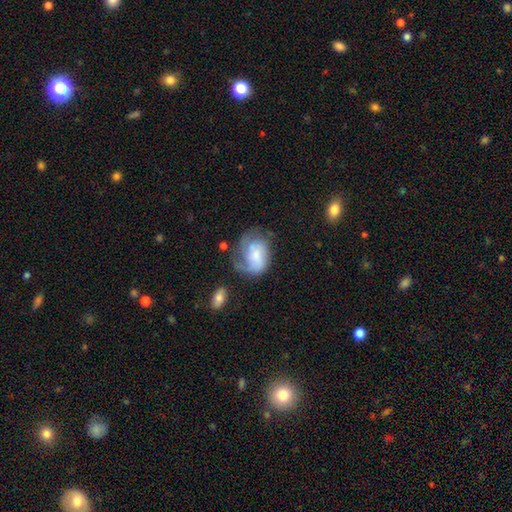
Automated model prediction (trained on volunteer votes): featured or disk 52%, smooth 40%, star or artifact 8%. Down the decision tree: edge-on disk — no (97%); bar — no (61%); spiral arms — yes (75%); bulge size — small (30%); merging — none (38%).